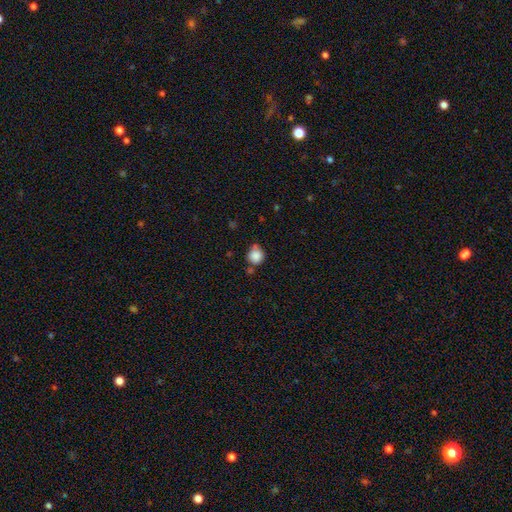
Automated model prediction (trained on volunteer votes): This is clearly a smooth galaxy (86%). How rounded: clearly round (88%). Merging: likely none (62%).